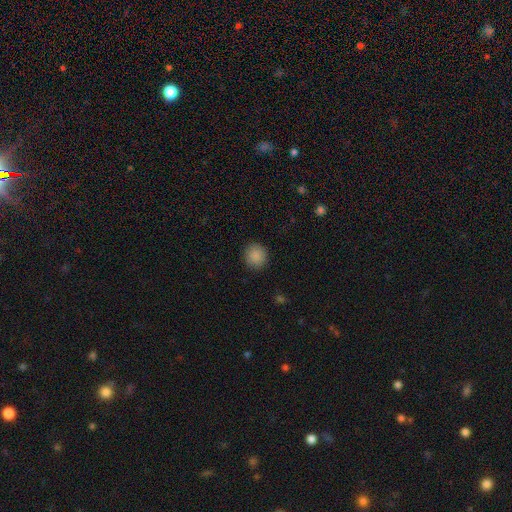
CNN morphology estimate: Overall: smooth (88%). How rounded: round (89%). Merging: none (90%).